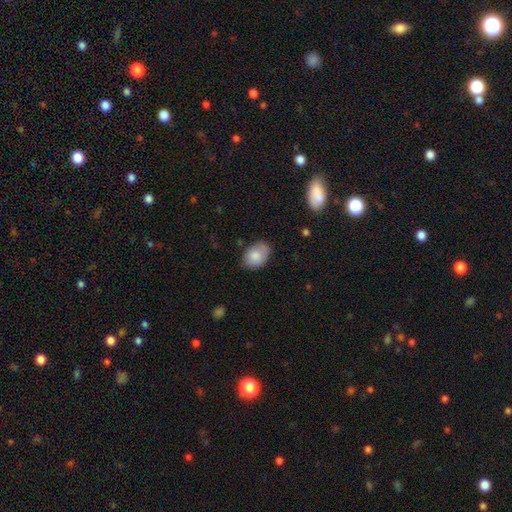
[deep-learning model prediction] smooth-or-featured: smooth: 81% | featured or disk: 12% | star or artifact: 7%
  how-rounded: in between: 81% | round: 18% | cigar-shaped: 1%
  merging: none: 70% | minor disturbance: 24% | major disturbance: 5% | merger: 2%